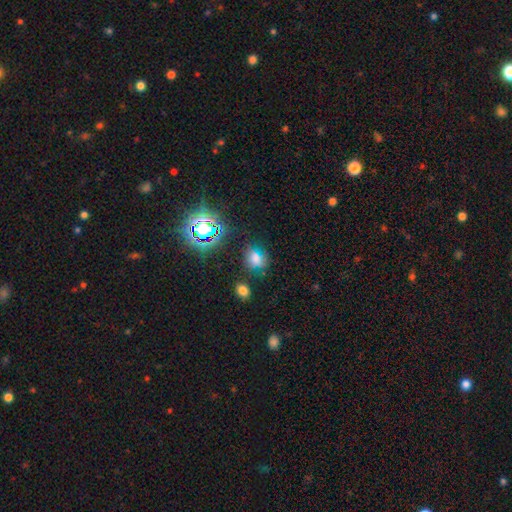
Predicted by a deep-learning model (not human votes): Q: Smooth or featured?
A: smooth (54%); runner-up: star or artifact (36%)
Q: How rounded?
A: in between (58%); runner-up: round (40%)
Q: Merging?
A: none (69%); runner-up: minor disturbance (17%)